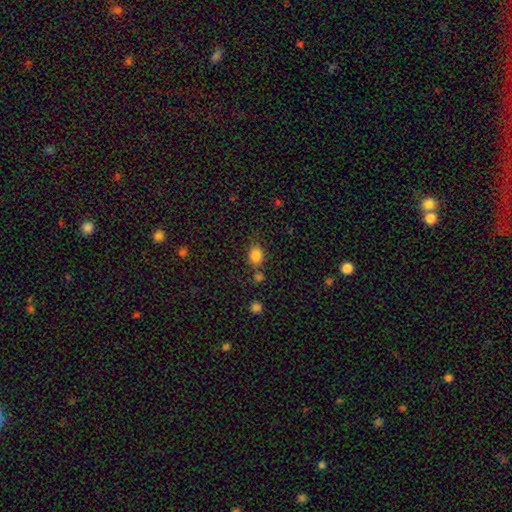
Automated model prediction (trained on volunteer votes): Smooth or featured? smooth (84%)
How rounded? round (56%)
Merging? none (68%)